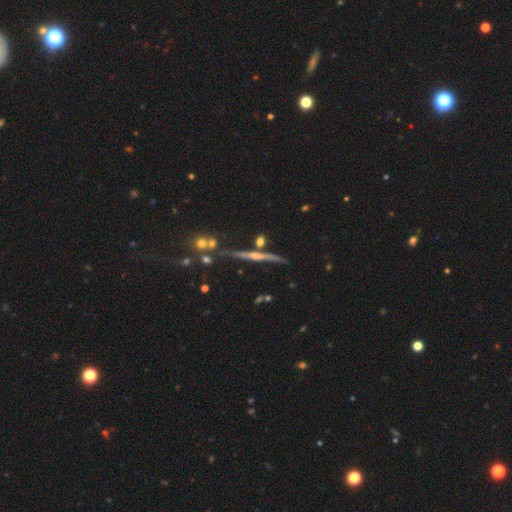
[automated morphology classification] Overall: featured or disk (79%). Edge-on disk: yes (97%). Edge-on bulge: rounded (74%). Merging: none (78%).